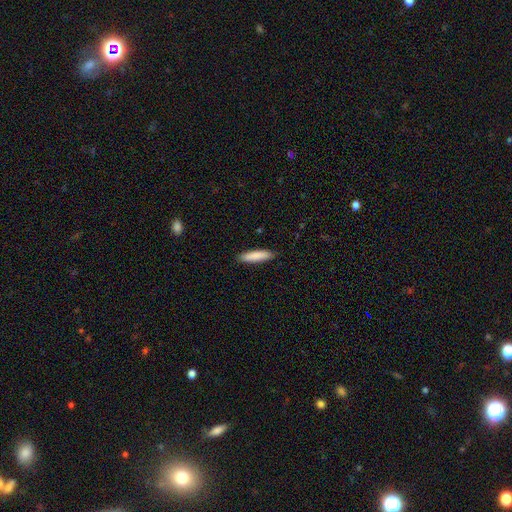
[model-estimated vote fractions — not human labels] A smooth galaxy with no disk features (87%) that is cigar-shaped (78%). Merging: none (90%).